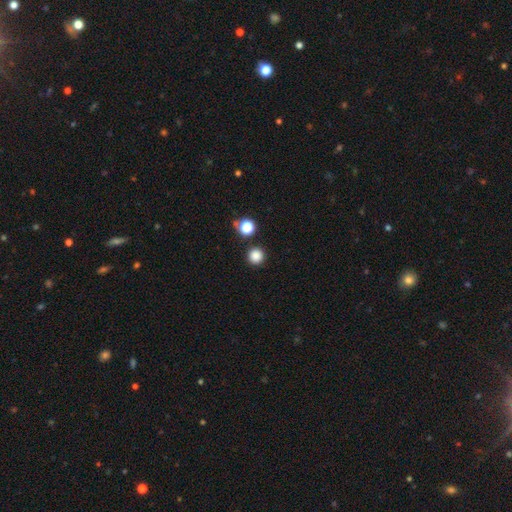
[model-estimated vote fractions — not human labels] A smooth galaxy with no disk features (84%) that is round (96%).

Vote fractions:
- Smooth or featured? smooth: 84% / star or artifact: 13% / featured or disk: 4%
- How rounded? round: 96% / in between: 3% / cigar-shaped: 1%
- Merging? none: 88% / minor disturbance: 5% / merger: 4% / major disturbance: 2%